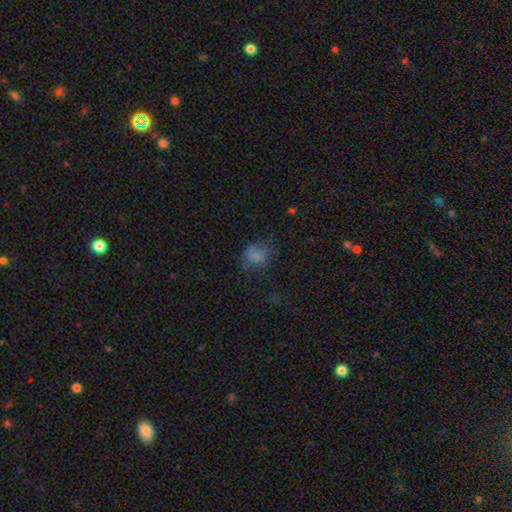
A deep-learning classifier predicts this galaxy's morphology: Smooth or featured: smooth — 62% (featured or disk — 21%)
How rounded: round — 53% (in between — 46%)
Merging: none — 40% (major disturbance — 32%)